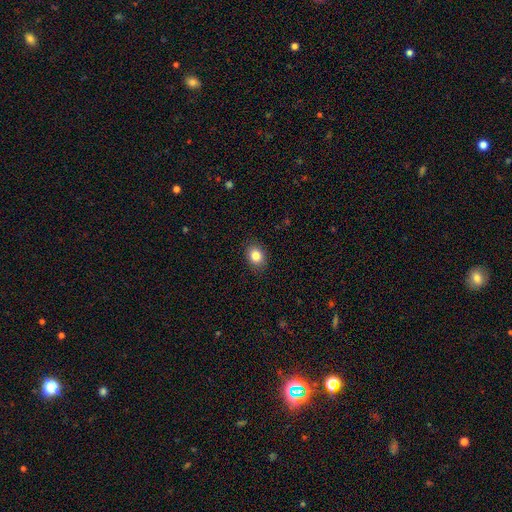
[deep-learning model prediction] A smooth galaxy with no disk features (84%) that is in between round and cigar-shaped (58%).

Vote fractions:
- Smooth or featured? smooth: 84% / star or artifact: 9% / featured or disk: 7%
- How rounded? in between: 58% / round: 41% / cigar-shaped: 1%
- Merging? none: 88% / minor disturbance: 9% / major disturbance: 2% / merger: 1%